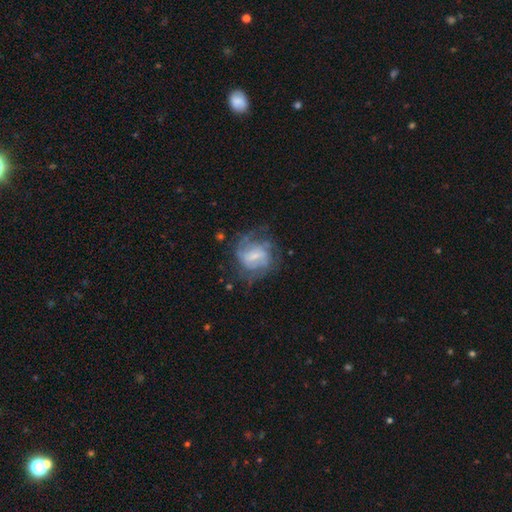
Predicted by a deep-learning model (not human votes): smooth_or_featured: featured or disk (p=0.68) [alt: smooth p=0.24]
disk_edge_on: no (p=0.97) [alt: yes p=0.03]
bar: weak (p=0.53) [alt: no p=0.26]
has_spiral_arms: yes (p=0.78) [alt: no p=0.22]
spiral_winding: medium (p=0.43) [alt: tight p=0.37]
spiral_arm_count: can't tell (p=0.40) [alt: 2 p=0.34]
bulge_size: small (p=0.47) [alt: moderate p=0.26]
merging: none (p=0.54) [alt: minor disturbance p=0.22]